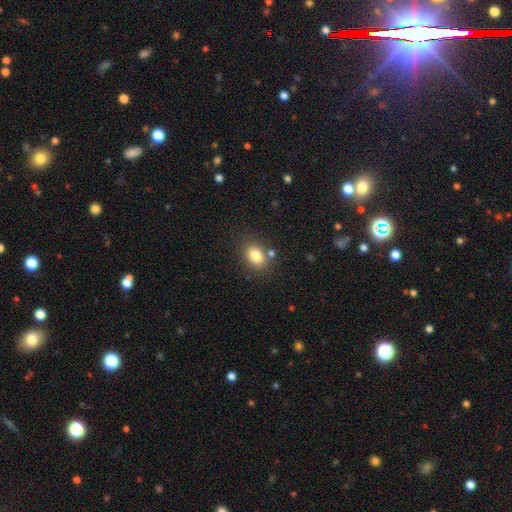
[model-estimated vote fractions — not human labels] Smooth or featured?
  - smooth: 82% *
  - star or artifact: 10%
  - featured or disk: 8%
How rounded?
  - in between: 72% *
  - round: 27%
  - cigar-shaped: 1%
Merging?
  - none: 76% *
  - minor disturbance: 12%
  - merger: 8%
  - major disturbance: 4%